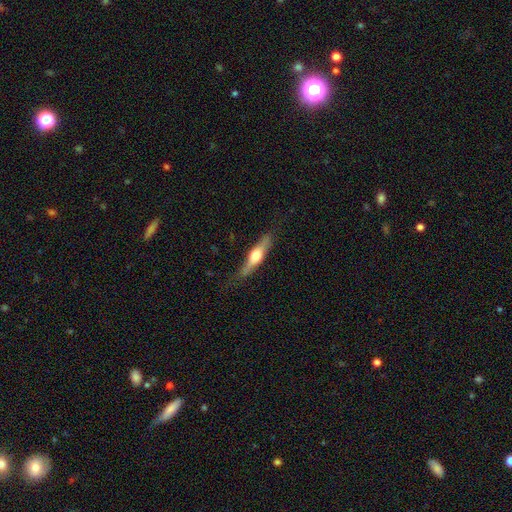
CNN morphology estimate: featured or disk 56%, smooth 38%, star or artifact 5%. Down the decision tree: edge-on disk — yes (93%); edge-on bulge — rounded (92%); merging — none (78%).